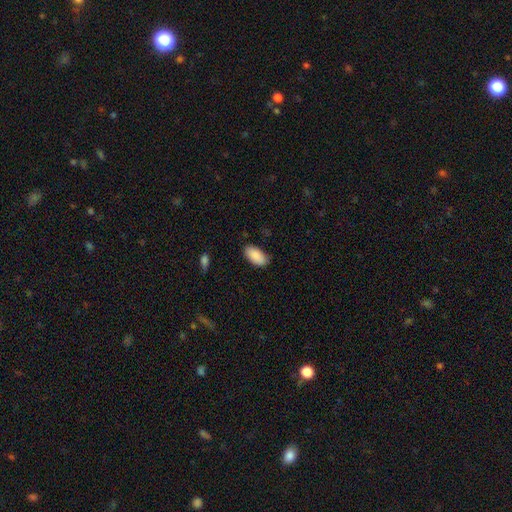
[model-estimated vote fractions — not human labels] A smooth galaxy with no disk features (90%) that is in between round and cigar-shaped (94%). Merging: none (83%).